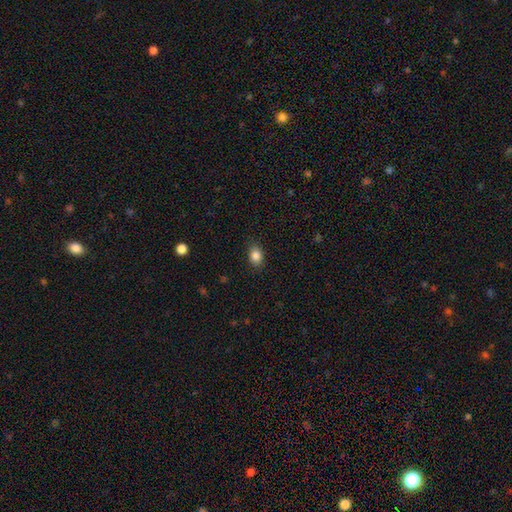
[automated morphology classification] This appears to be a smooth galaxy with no disk features (86%) that is in between round and cigar-shaped (72%). Merging: none (86%).